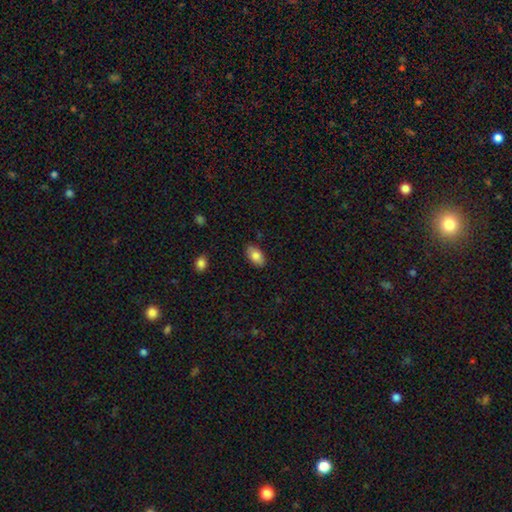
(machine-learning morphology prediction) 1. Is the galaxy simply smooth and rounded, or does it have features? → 82% smooth, 11% featured or disk, 7% star or artifact.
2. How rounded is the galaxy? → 93% in between, 5% round, 2% cigar-shaped.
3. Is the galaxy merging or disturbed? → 86% none, 10% minor disturbance, 2% major disturbance, 1% merger.